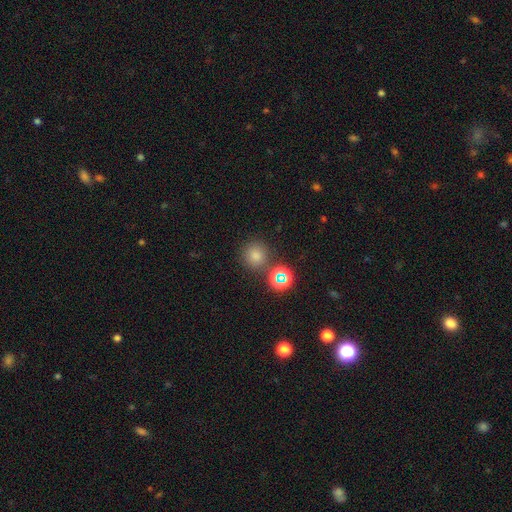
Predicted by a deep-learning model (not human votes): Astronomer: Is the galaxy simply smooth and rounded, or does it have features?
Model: smooth — 67%.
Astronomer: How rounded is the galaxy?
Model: round — 93%.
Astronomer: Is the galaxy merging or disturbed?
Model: none — 83%.